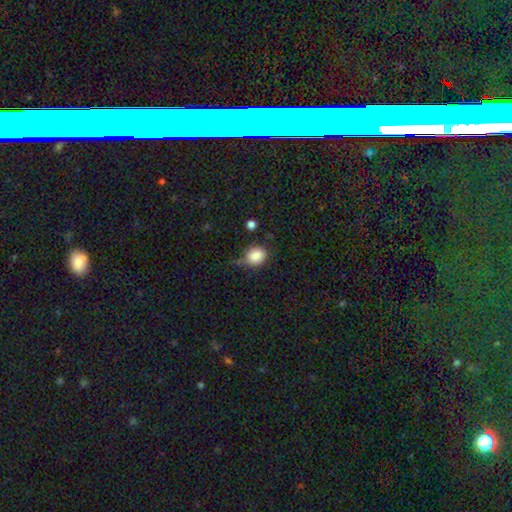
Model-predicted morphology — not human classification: This is clearly a smooth galaxy (84%). How rounded: likely round (73%). Merging: possibly none (50%).